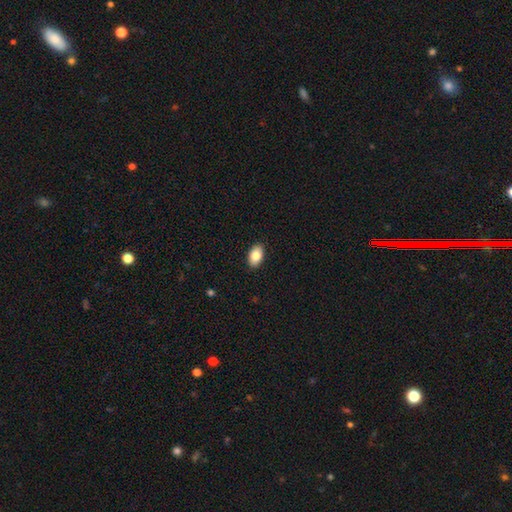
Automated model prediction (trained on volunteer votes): A smooth galaxy with no disk features (84%) that is in between round and cigar-shaped (92%).

Vote fractions:
- Smooth or featured? smooth: 84% / featured or disk: 9% / star or artifact: 7%
- How rounded? in between: 92% / round: 6% / cigar-shaped: 2%
- Merging? none: 90% / minor disturbance: 7% / major disturbance: 2% / merger: 1%